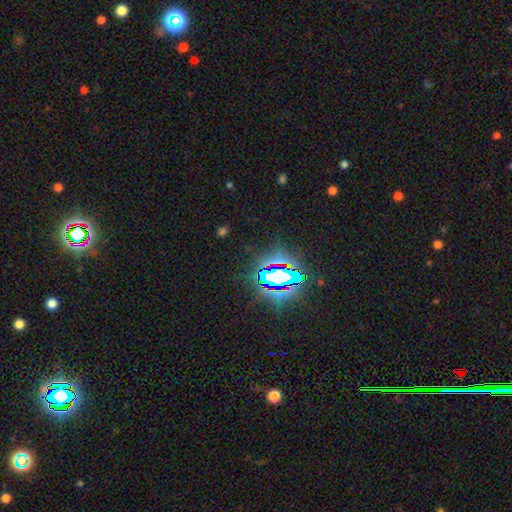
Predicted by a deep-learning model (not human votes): Smooth or featured? star or artifact (79%)